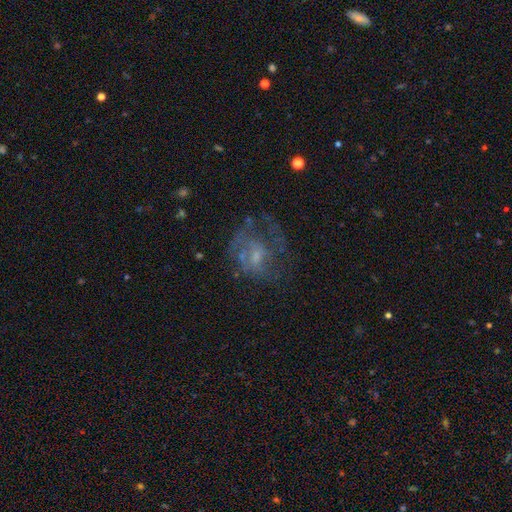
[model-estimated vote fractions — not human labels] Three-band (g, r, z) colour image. It shows a featured or disk galaxy (62%) with no bar (67%), spiral arms (59%) and a small central bulge (49%). Merging: none (46%).